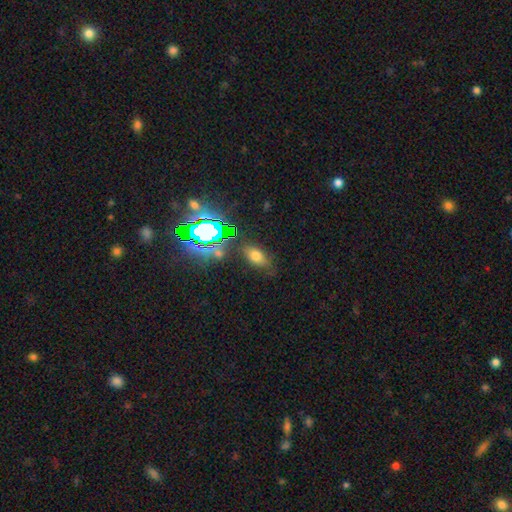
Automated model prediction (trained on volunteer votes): Smooth or featured? smooth (62%)
How rounded? in between (85%)
Merging? none (77%)